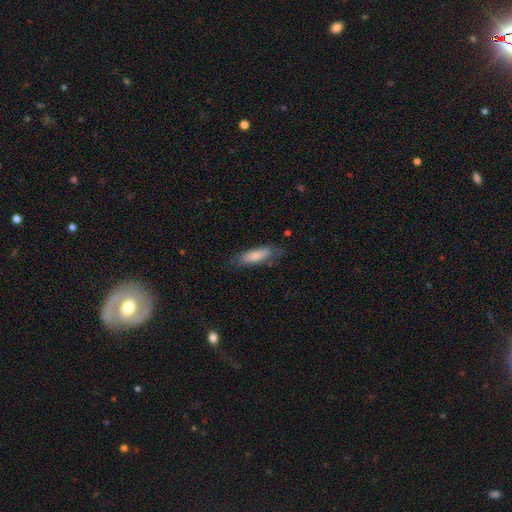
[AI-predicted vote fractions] This is likely a smooth galaxy (78%). How rounded: possibly cigar-shaped (52%). Merging: likely none (67%).